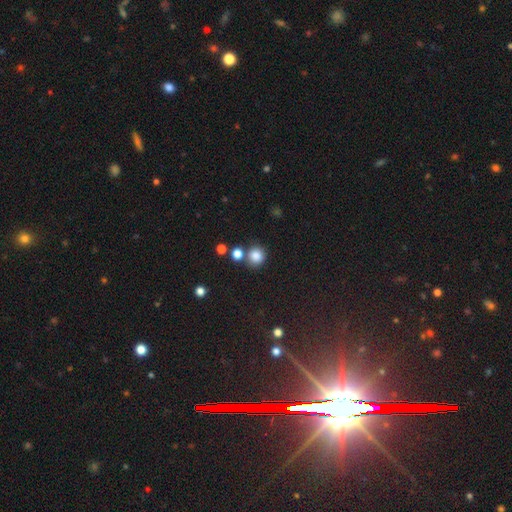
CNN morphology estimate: Smooth or featured: smooth — 83% (star or artifact — 12%)
How rounded: round — 89% (in between — 10%)
Merging: none — 71% (merger — 16%)